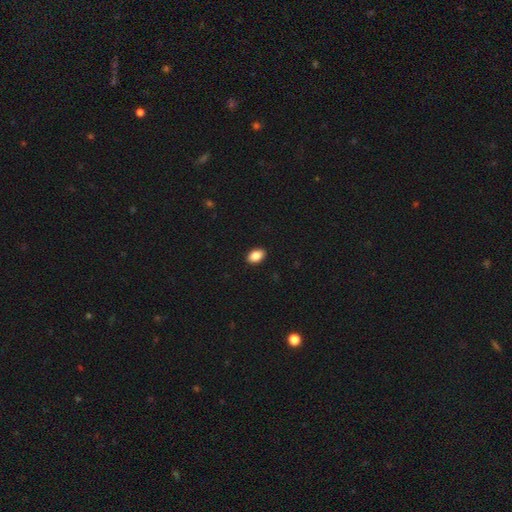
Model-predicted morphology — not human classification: A smooth galaxy with no disk features (87%) that is in between round and cigar-shaped (87%).

Vote fractions:
- Smooth or featured? smooth: 87% / star or artifact: 8% / featured or disk: 5%
- How rounded? in between: 87% / round: 11% / cigar-shaped: 1%
- Merging? none: 91% / minor disturbance: 7% / major disturbance: 2% / merger: 1%